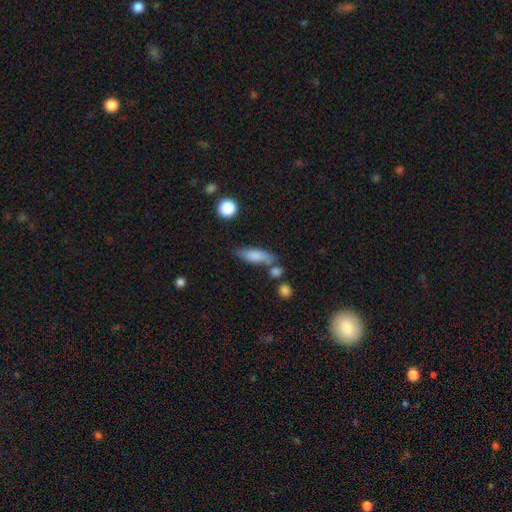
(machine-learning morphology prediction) Smooth or featured? smooth (78%)
How rounded? in between (55%)
Merging? none (59%)